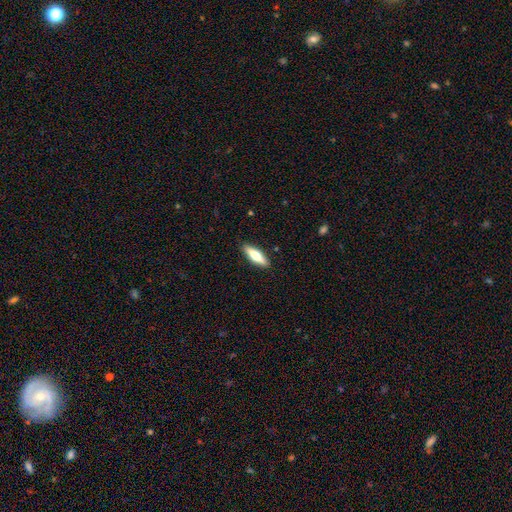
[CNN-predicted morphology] Smooth or featured? Predicted: smooth (p=0.58). How rounded? Predicted: cigar-shaped (p=0.53). Merging? Predicted: none (p=0.89).